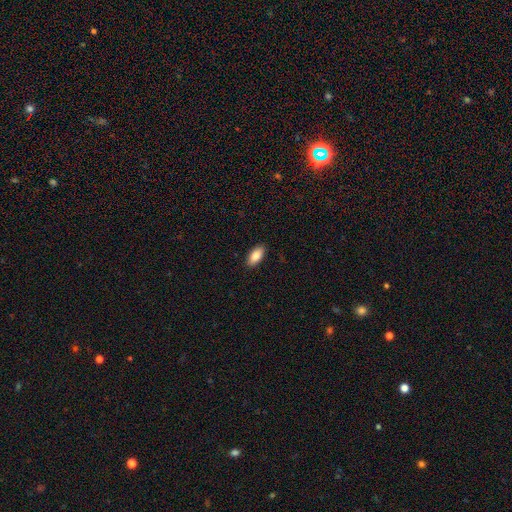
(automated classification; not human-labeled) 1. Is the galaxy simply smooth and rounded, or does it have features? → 86% smooth, 7% featured or disk, 7% star or artifact.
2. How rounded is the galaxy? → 91% in between, 6% cigar-shaped, 3% round.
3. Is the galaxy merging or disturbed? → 89% none, 8% minor disturbance, 2% major disturbance, 1% merger.